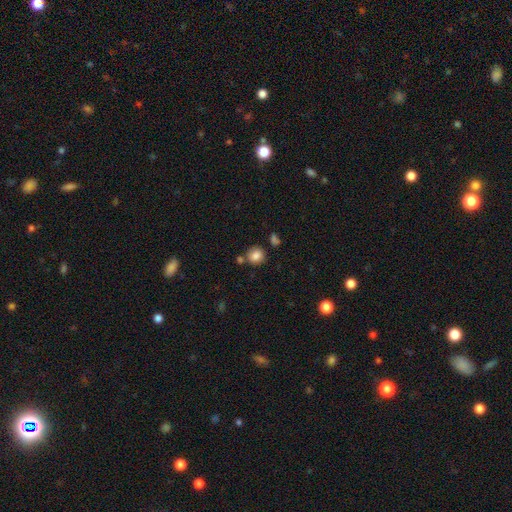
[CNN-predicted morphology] Smooth or featured: smooth — 85% (star or artifact — 9%)
How rounded: round — 84% (in between — 15%)
Merging: none — 73% (merger — 12%)